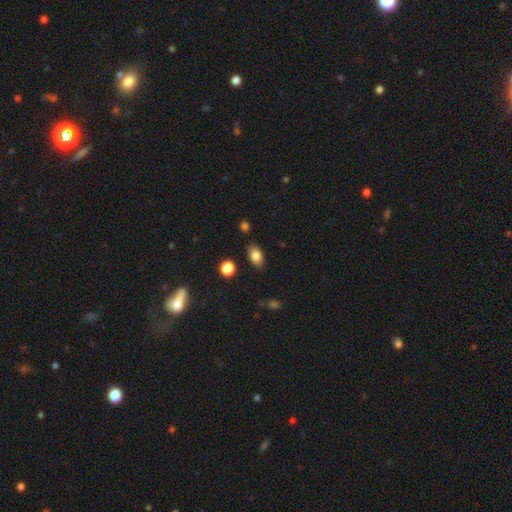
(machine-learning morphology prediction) This is clearly a smooth galaxy (83%). How rounded: clearly in between (86%). Merging: clearly none (85%).